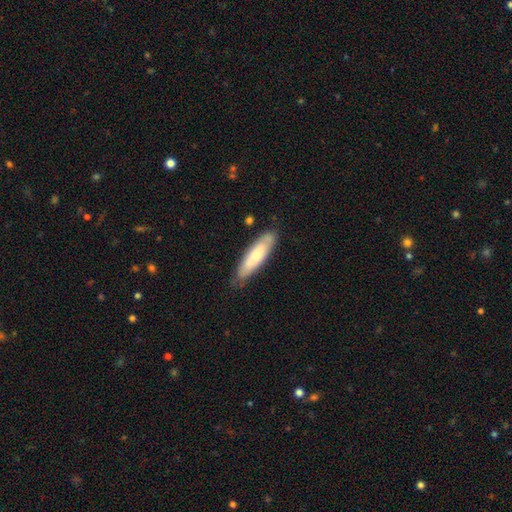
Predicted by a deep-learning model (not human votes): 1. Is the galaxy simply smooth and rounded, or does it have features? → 66% smooth, 28% featured or disk, 5% star or artifact.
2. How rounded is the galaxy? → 66% cigar-shaped, 33% in between, 1% round.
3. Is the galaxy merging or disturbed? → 77% none, 18% minor disturbance, 3% major disturbance, 2% merger.